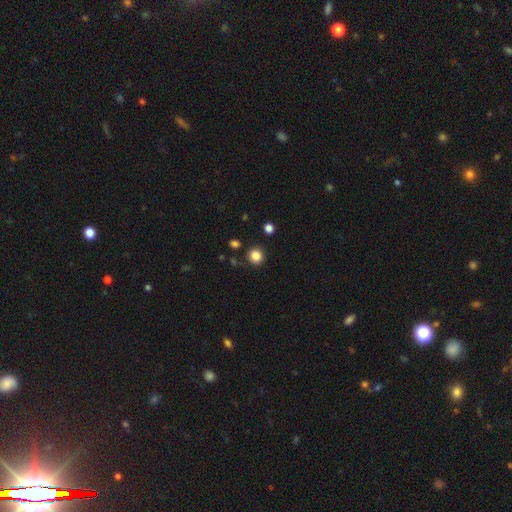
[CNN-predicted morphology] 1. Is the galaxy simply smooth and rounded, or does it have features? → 85% smooth, 11% star or artifact, 4% featured or disk.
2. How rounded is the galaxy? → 90% round, 10% in between, 1% cigar-shaped.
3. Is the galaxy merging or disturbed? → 88% none, 7% minor disturbance, 3% merger, 2% major disturbance.